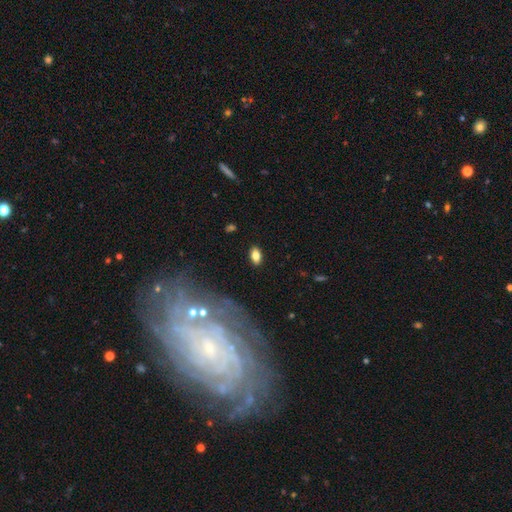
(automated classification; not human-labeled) Overall: smooth (82%). How rounded: in between (91%). Merging: none (87%).